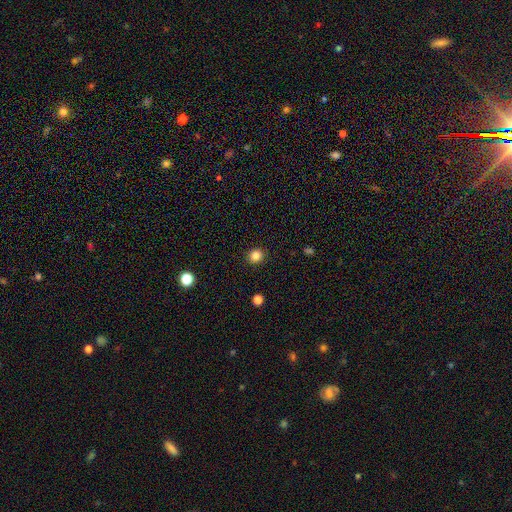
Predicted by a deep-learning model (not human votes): This appears to be a smooth galaxy with no disk features (84%) that is round (85%). Merging: none (92%).